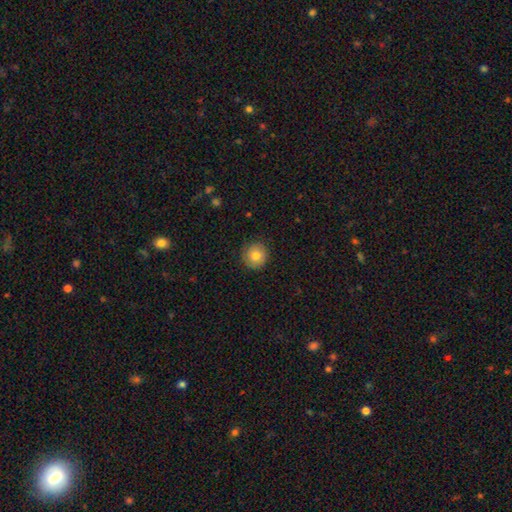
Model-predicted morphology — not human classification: A smooth galaxy with no disk features (77%) that is round (93%).

Vote fractions:
- Smooth or featured? smooth: 77% / featured or disk: 14% / star or artifact: 9%
- How rounded? round: 93% / in between: 6% / cigar-shaped: 1%
- Merging? none: 86% / minor disturbance: 11% / major disturbance: 2% / merger: 1%